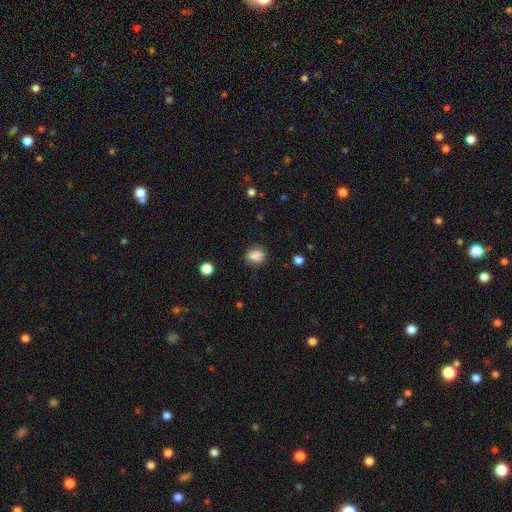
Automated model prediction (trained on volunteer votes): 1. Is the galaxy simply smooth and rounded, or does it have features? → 86% smooth, 10% star or artifact, 5% featured or disk.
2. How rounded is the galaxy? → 68% round, 31% in between, 1% cigar-shaped.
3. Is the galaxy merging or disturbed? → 82% none, 13% minor disturbance, 4% major disturbance, 1% merger.